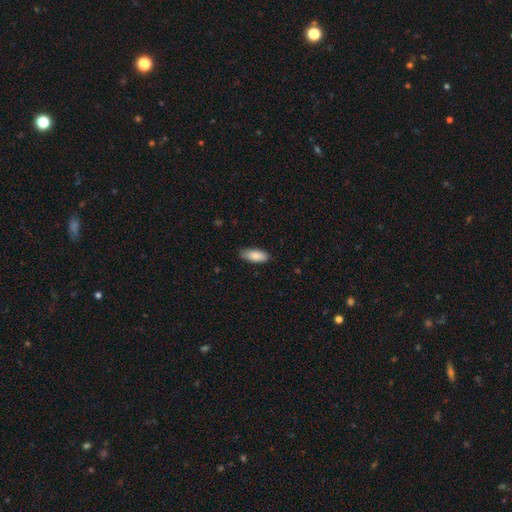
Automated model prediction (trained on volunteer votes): smooth 86%, featured or disk 8%, star or artifact 6%. Down the decision tree: how rounded — in between (83%); merging — none (84%).